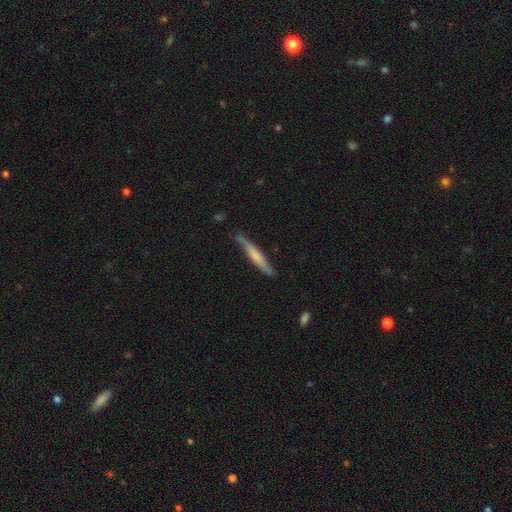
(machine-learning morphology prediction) smooth-or-featured: smooth: 50% | featured or disk: 44% | star or artifact: 5%
  how-rounded: cigar-shaped: 93% | in between: 5% | round: 1%
  merging: none: 70% | minor disturbance: 22% | major disturbance: 5% | merger: 3%